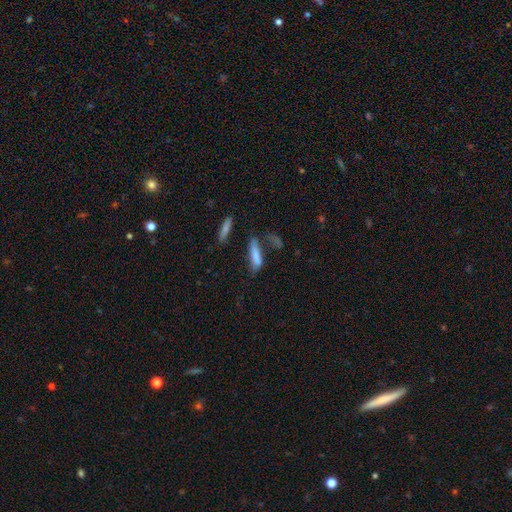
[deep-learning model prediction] Smooth or featured: smooth — 74% (featured or disk — 17%)
How rounded: cigar-shaped — 66% (in between — 32%)
Merging: none — 47% (minor disturbance — 26%)